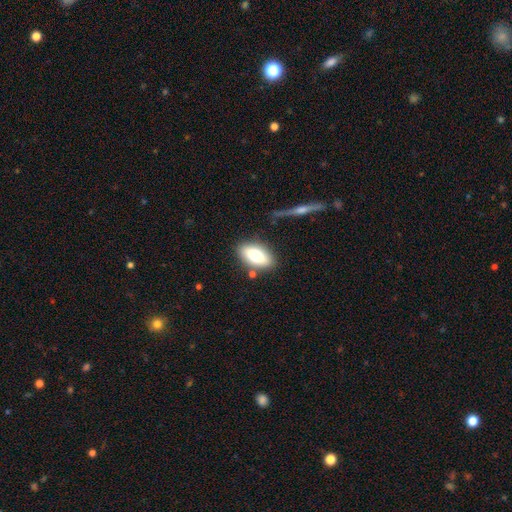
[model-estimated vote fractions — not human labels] Morphology: type=smooth (73%); roundness=in between (90%); merging=none (79%).